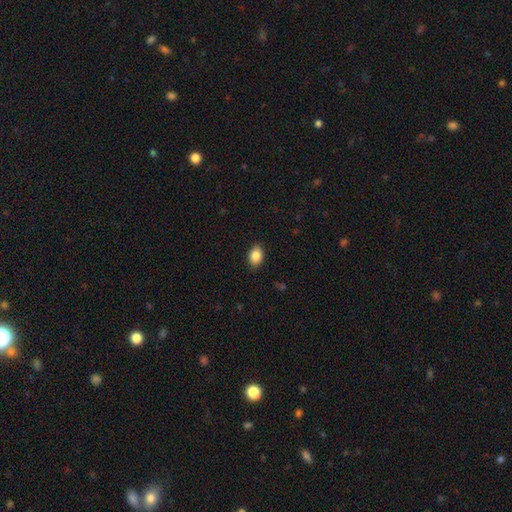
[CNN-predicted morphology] Smooth or featured? smooth (87%)
How rounded? in between (79%)
Merging? none (87%)